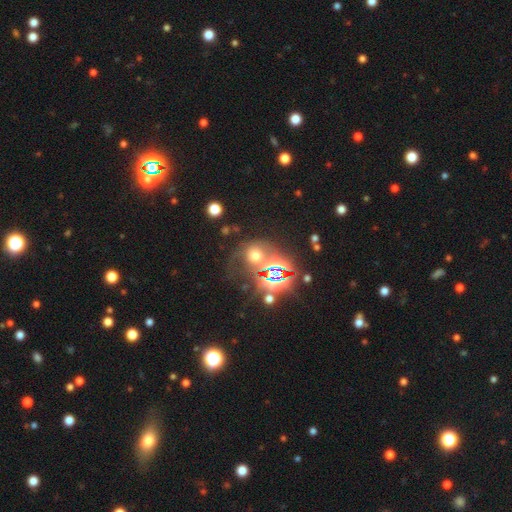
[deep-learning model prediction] Smooth or featured? Predicted: smooth (p=0.44). Merging? Predicted: none (p=0.50).